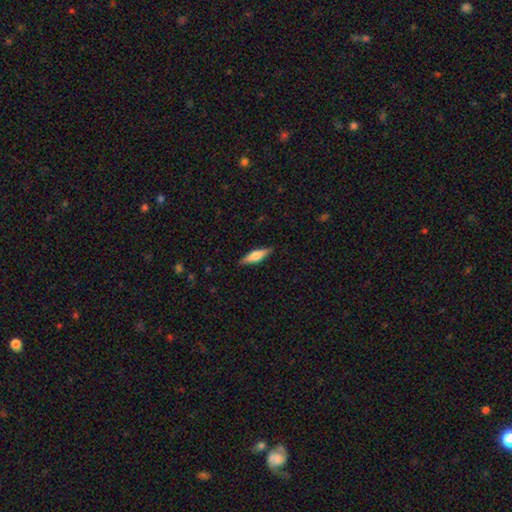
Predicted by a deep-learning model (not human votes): This appears to be a smooth galaxy with no disk features (55%) that is cigar-shaped (66%). Merging: none (88%).